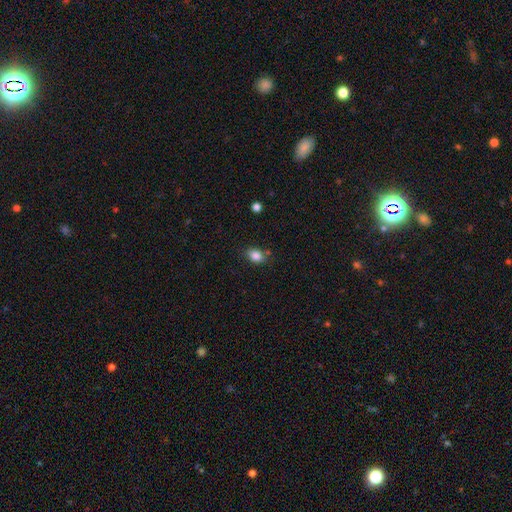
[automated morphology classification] Q: Smooth or featured?
A: smooth (85%); runner-up: star or artifact (10%)
Q: How rounded?
A: in between (70%); runner-up: round (29%)
Q: Merging?
A: none (76%); runner-up: minor disturbance (15%)